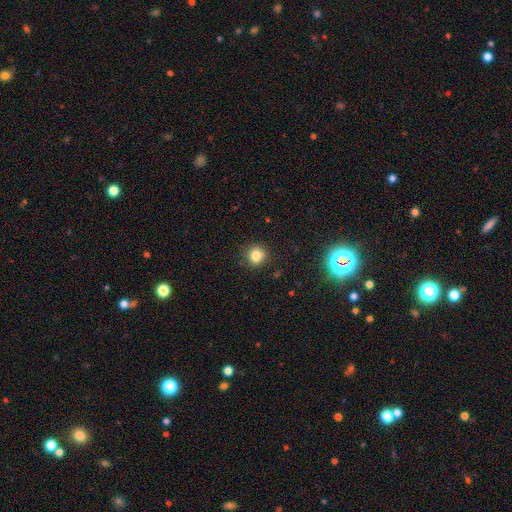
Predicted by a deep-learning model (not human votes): Q: Smooth or featured?
A: smooth (81%); runner-up: star or artifact (13%)
Q: How rounded?
A: round (89%); runner-up: in between (10%)
Q: Merging?
A: none (85%); runner-up: minor disturbance (11%)